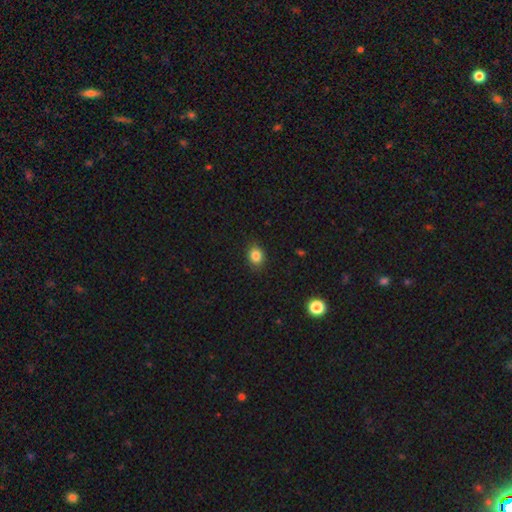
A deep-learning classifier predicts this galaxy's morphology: Q: Smooth or featured?
A: smooth (84%); runner-up: star or artifact (11%)
Q: How rounded?
A: round (57%); runner-up: in between (42%)
Q: Merging?
A: none (86%); runner-up: minor disturbance (11%)